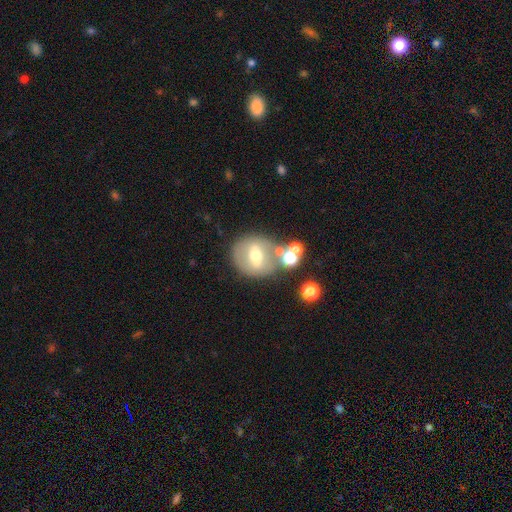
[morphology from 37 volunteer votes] This is possibly a featured or disk galaxy (54%). It is clearly not viewed edge-on (80%). Bar: likely strong (62%). Spiral arm pattern: clearly no (100%). Central bulge: possibly large (50%). Merging: possibly none (51%).